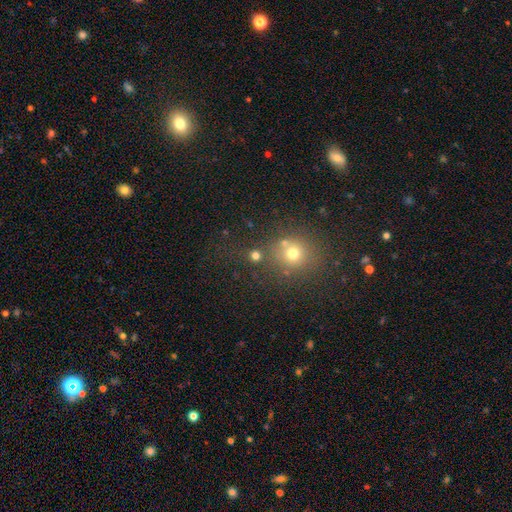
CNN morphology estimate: Smooth or featured?
  - smooth: 68% *
  - star or artifact: 24%
  - featured or disk: 8%
How rounded?
  - round: 89% *
  - in between: 10%
  - cigar-shaped: 1%
Merging?
  - none: 73% *
  - merger: 14%
  - minor disturbance: 8%
  - major disturbance: 5%